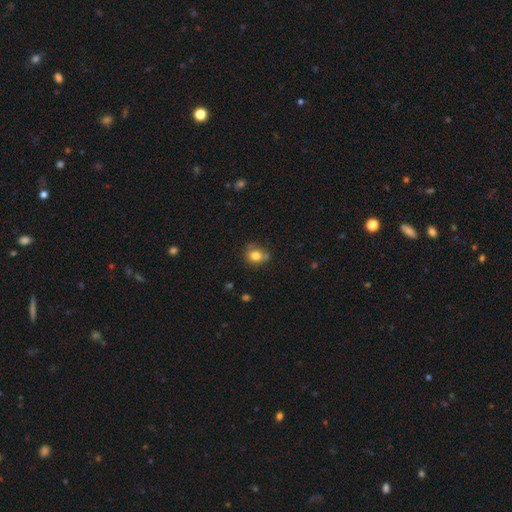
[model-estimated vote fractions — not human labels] Overall: smooth (78%). How rounded: round (66%; in between 32%). Merging: none (62%; minor disturbance 22%).